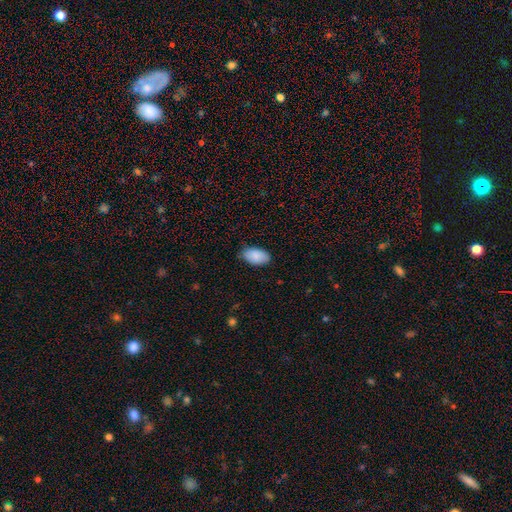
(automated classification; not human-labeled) smooth-or-featured: smooth: 89% | star or artifact: 6% | featured or disk: 5%
  how-rounded: in between: 95% | round: 4% | cigar-shaped: 1%
  merging: none: 82% | minor disturbance: 14% | major disturbance: 2% | merger: 1%